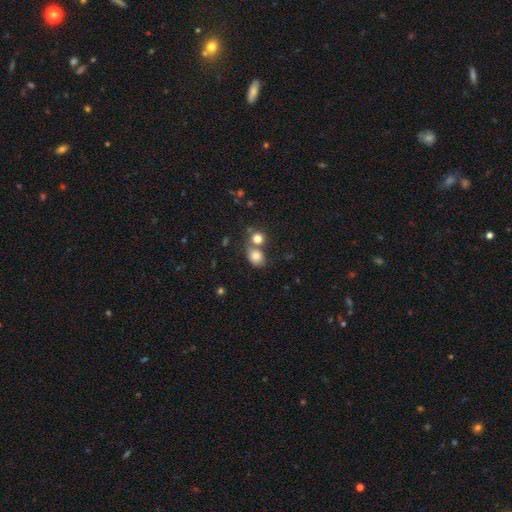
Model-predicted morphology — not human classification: A smooth galaxy with no disk features (80%) that is round (50%). Merging: none (51%).